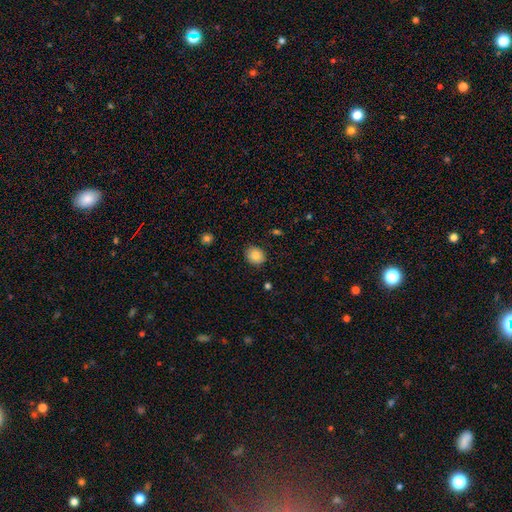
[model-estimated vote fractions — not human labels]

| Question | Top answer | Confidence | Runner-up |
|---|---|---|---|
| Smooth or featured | smooth | 86% | star or artifact (9%) |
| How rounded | round | 64% | in between (35%) |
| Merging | none | 87% | minor disturbance (10%) |